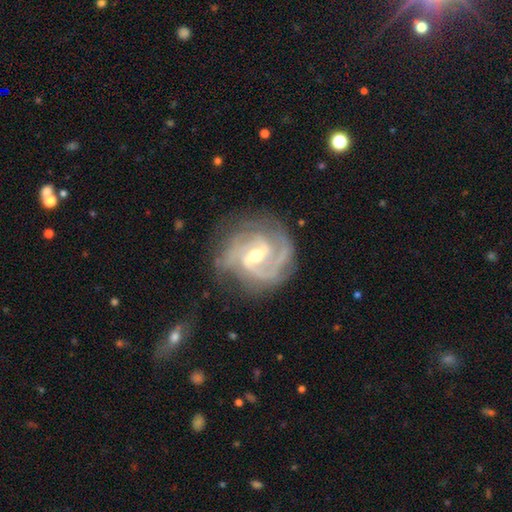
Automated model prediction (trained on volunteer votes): This is clearly a featured or disk galaxy (91%). It is clearly not viewed edge-on (98%). Bar: possibly weak (52%). Spiral arm pattern: clearly yes (98%). Spiral arm count: marginally 2 (38%). Spiral winding: possibly tight (48%). Central bulge: possibly moderate (59%). Merging: likely none (71%).